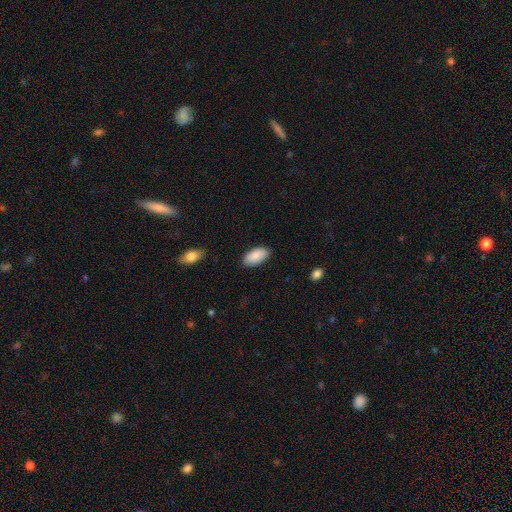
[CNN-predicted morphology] Q: Smooth or featured?
A: smooth (89%); runner-up: star or artifact (6%)
Q: How rounded?
A: in between (95%); runner-up: cigar-shaped (3%)
Q: Merging?
A: none (86%); runner-up: minor disturbance (11%)